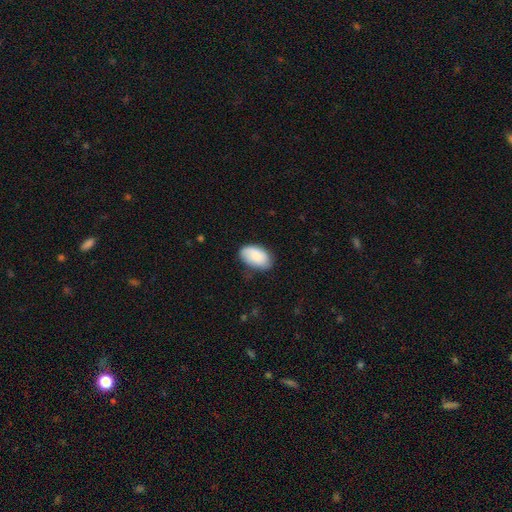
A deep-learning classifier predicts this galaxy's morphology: Q: Smooth or featured?
A: smooth (83%); runner-up: featured or disk (10%)
Q: How rounded?
A: in between (94%); runner-up: round (5%)
Q: Merging?
A: none (69%); runner-up: minor disturbance (25%)